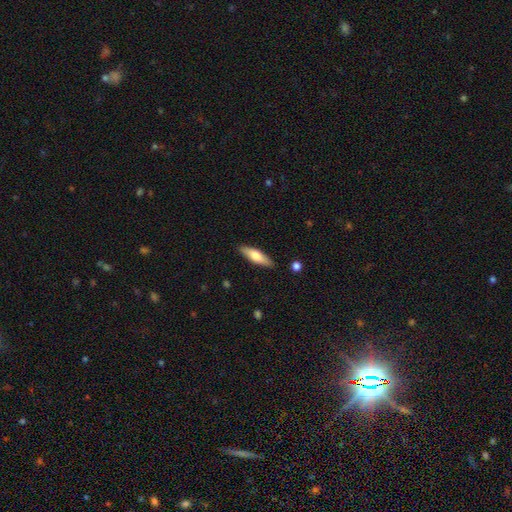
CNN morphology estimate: smooth 64%, featured or disk 30%, star or artifact 6%. Down the decision tree: how rounded — cigar-shaped (58%); merging — none (88%).